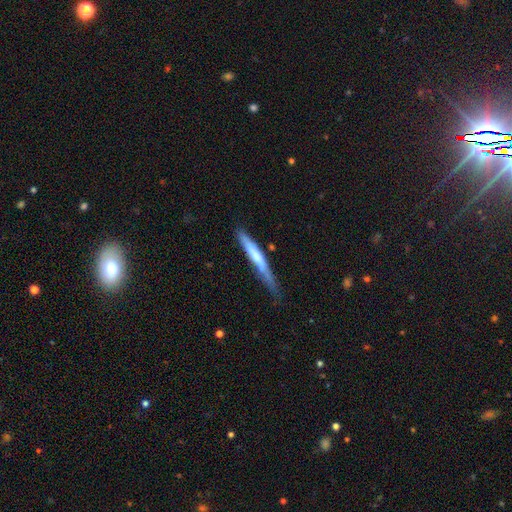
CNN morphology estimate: Smooth or featured?
  - smooth: 57% *
  - featured or disk: 38%
  - star or artifact: 5%
How rounded?
  - cigar-shaped: 95% *
  - in between: 4%
  - round: 1%
Merging?
  - none: 59% *
  - minor disturbance: 30%
  - major disturbance: 8%
  - merger: 3%